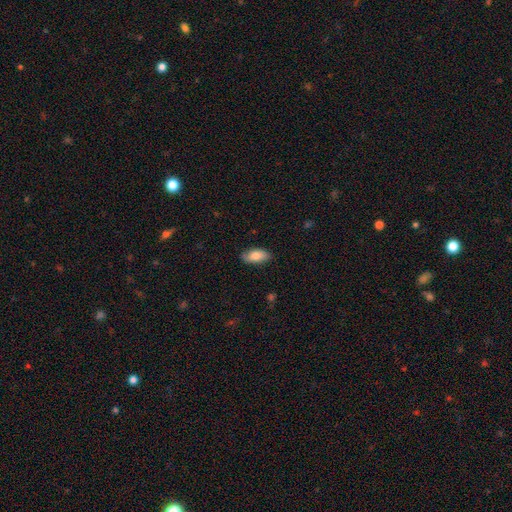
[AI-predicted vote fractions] A smooth galaxy with no disk features (81%) that is in between round and cigar-shaped (90%).

Vote fractions:
- Smooth or featured? smooth: 81% / featured or disk: 13% / star or artifact: 6%
- How rounded? in between: 90% / cigar-shaped: 8% / round: 3%
- Merging? none: 85% / minor disturbance: 12% / major disturbance: 2% / merger: 1%